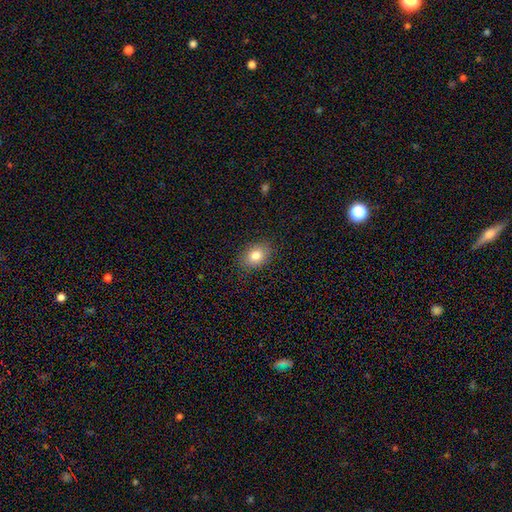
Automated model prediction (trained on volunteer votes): smooth 81%, featured or disk 10%, star or artifact 9%. Down the decision tree: how rounded — in between (71%); merging — none (87%).